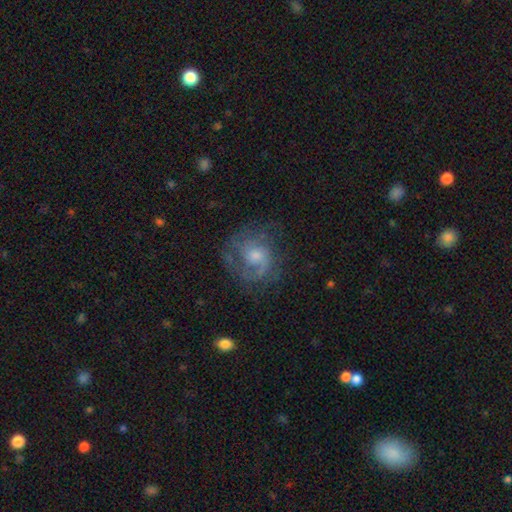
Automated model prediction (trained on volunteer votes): This appears to be a featured or disk galaxy (73%) with no bar (67%), 2 (41%) medium (44%) spiral arms (89%) and a moderate central bulge (49%). Merging: none (65%).